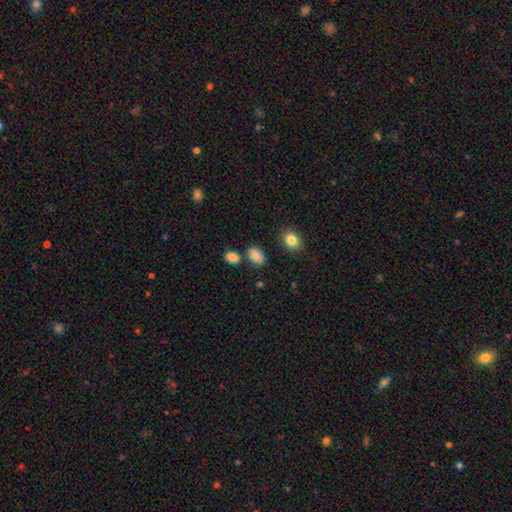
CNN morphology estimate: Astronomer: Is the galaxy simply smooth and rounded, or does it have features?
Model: smooth — 84%.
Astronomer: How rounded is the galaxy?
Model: in between — 82%.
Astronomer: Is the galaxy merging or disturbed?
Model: none — 74%.